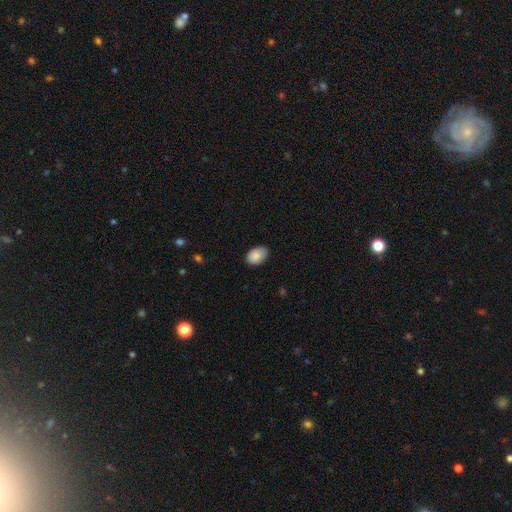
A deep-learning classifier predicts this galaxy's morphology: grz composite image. It shows a smooth galaxy with no disk features (87%) that is in between round and cigar-shaped (83%). Merging: none (80%).